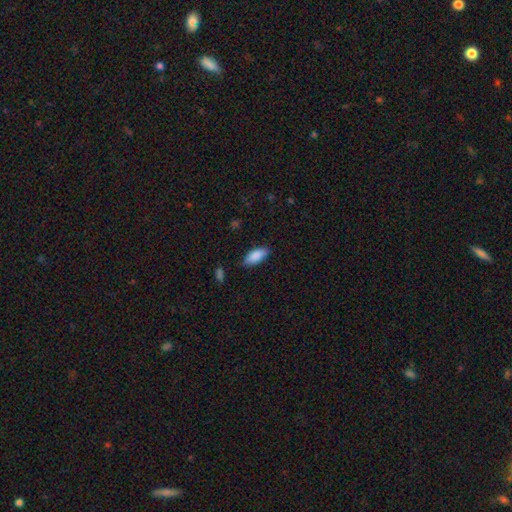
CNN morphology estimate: Overall: smooth (88%). How rounded: in between (84%). Merging: none (83%).